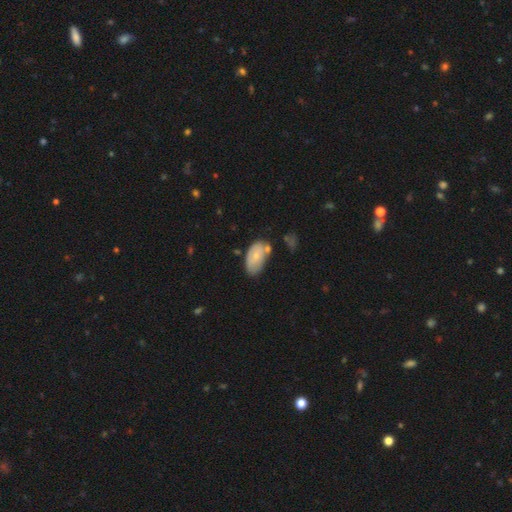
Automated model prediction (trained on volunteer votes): Q: Smooth or featured?
A: smooth (64%); runner-up: featured or disk (29%)
Q: How rounded?
A: in between (94%); runner-up: round (4%)
Q: Merging?
A: none (51%); runner-up: minor disturbance (29%)